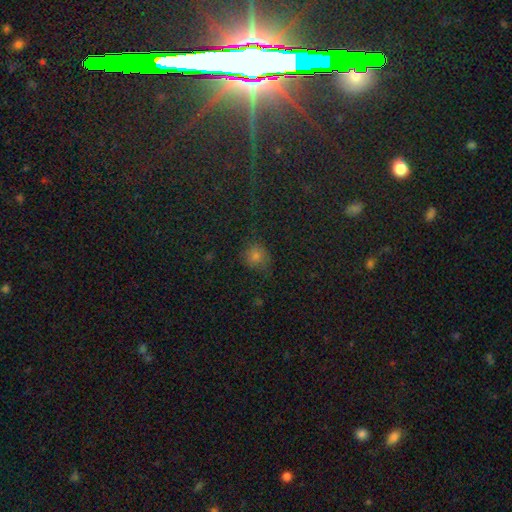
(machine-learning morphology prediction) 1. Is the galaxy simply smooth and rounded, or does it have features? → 65% smooth, 25% star or artifact, 10% featured or disk.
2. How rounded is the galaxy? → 83% round, 15% in between, 1% cigar-shaped.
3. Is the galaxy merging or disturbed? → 72% none, 19% minor disturbance, 7% major disturbance, 2% merger.